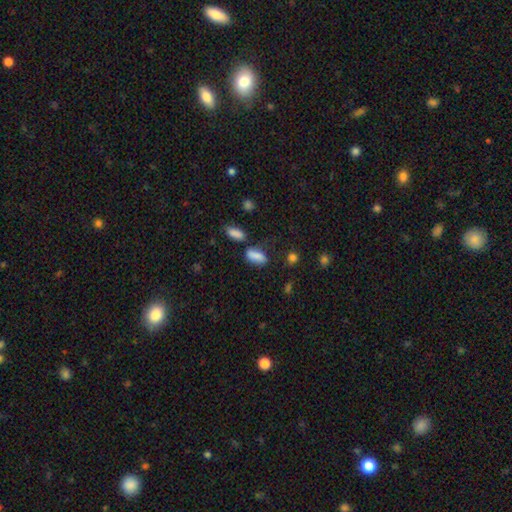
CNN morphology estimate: Smooth or featured?
  - smooth: 82% *
  - star or artifact: 10%
  - featured or disk: 8%
How rounded?
  - in between: 76% *
  - cigar-shaped: 19%
  - round: 5%
Merging?
  - none: 61% *
  - minor disturbance: 18%
  - merger: 14%
  - major disturbance: 7%